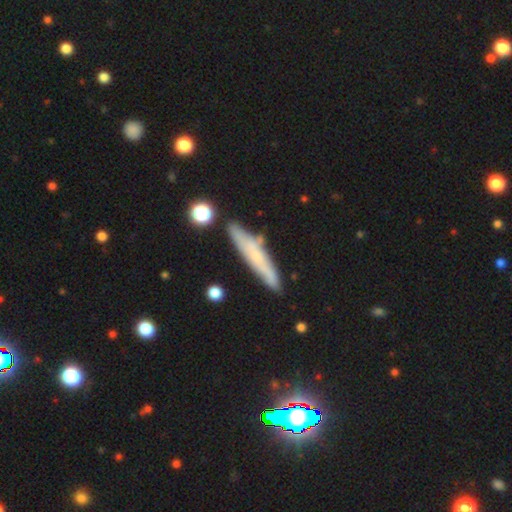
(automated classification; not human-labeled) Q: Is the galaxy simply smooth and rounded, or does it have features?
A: smooth — 47%.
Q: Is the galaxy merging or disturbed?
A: none — 78%.